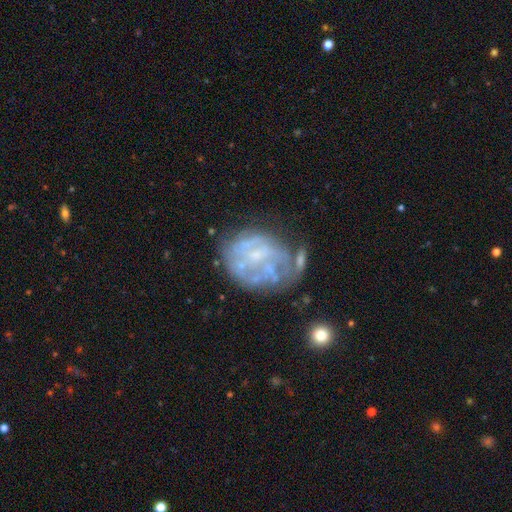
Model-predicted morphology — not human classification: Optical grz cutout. It shows a featured or disk galaxy (69%) with no bar (70%), no spiral arms (63%) and a small central bulge (44%). Merging: none (40%).